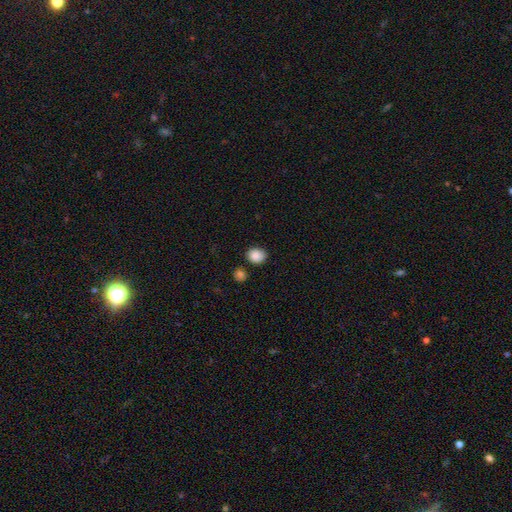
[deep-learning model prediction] Q: Smooth or featured?
A: smooth (88%); runner-up: star or artifact (8%)
Q: How rounded?
A: round (59%); runner-up: in between (40%)
Q: Merging?
A: none (76%); runner-up: minor disturbance (14%)